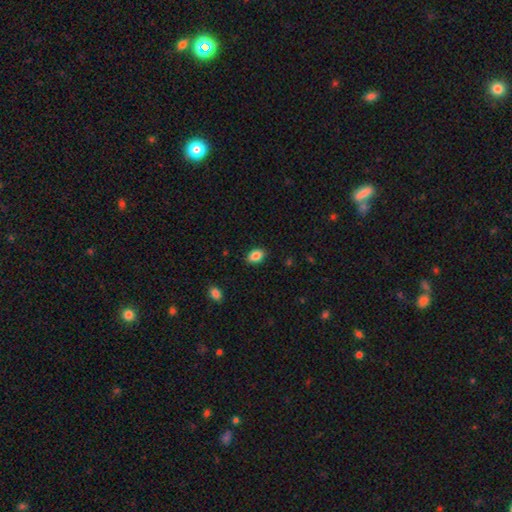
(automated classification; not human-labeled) A smooth galaxy with no disk features (87%) that is in between round and cigar-shaped (87%).

Vote fractions:
- Smooth or featured? smooth: 87% / star or artifact: 8% / featured or disk: 5%
- How rounded? in between: 87% / round: 11% / cigar-shaped: 2%
- Merging? none: 88% / minor disturbance: 8% / major disturbance: 2% / merger: 1%